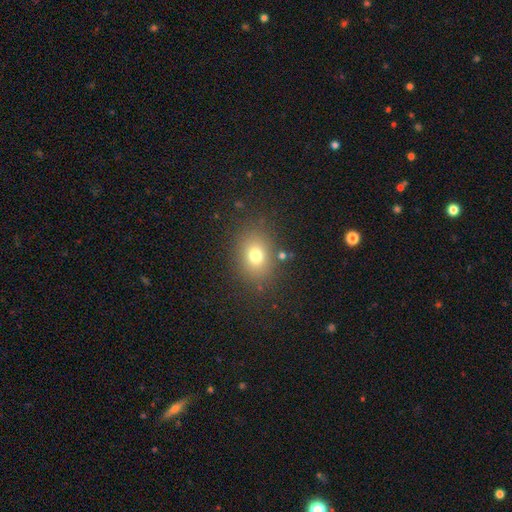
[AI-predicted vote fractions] smooth 74%, star or artifact 14%, featured or disk 11%. Down the decision tree: how rounded — in between (57%); merging — none (83%).